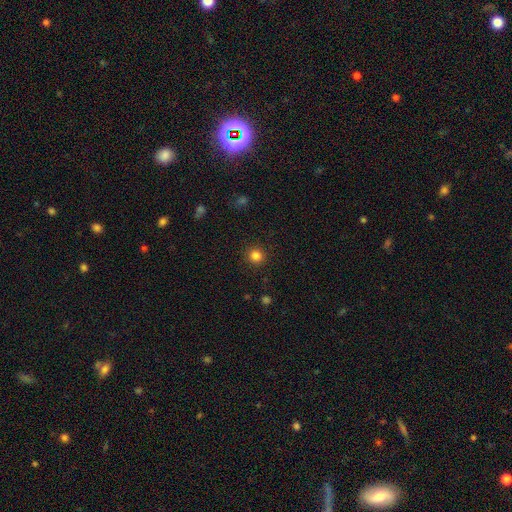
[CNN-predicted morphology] Smooth or featured?
  - smooth: 83% *
  - star or artifact: 13%
  - featured or disk: 4%
How rounded?
  - round: 93% *
  - in between: 7%
  - cigar-shaped: 1%
Merging?
  - none: 91% *
  - minor disturbance: 5%
  - major disturbance: 2%
  - merger: 1%